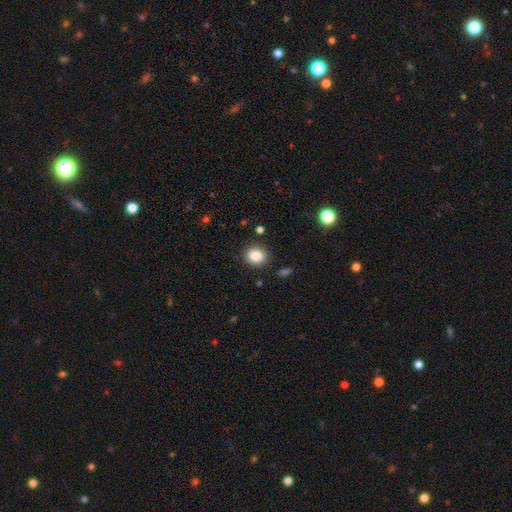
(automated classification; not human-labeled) Q: Smooth or featured?
A: smooth (86%); runner-up: star or artifact (9%)
Q: How rounded?
A: round (64%); runner-up: in between (35%)
Q: Merging?
A: none (87%); runner-up: minor disturbance (9%)